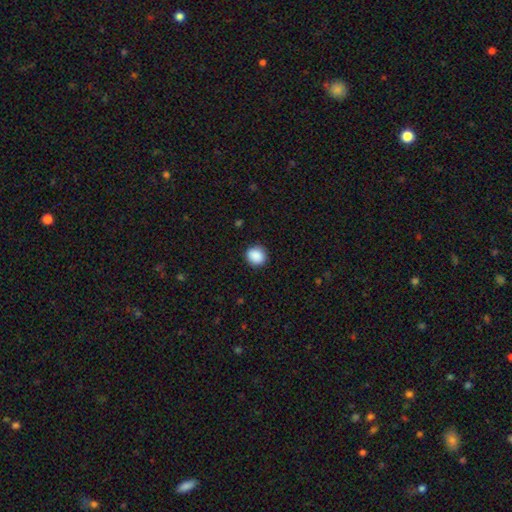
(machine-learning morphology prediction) This is clearly a smooth galaxy (89%). How rounded: clearly round (84%). Merging: clearly none (90%).